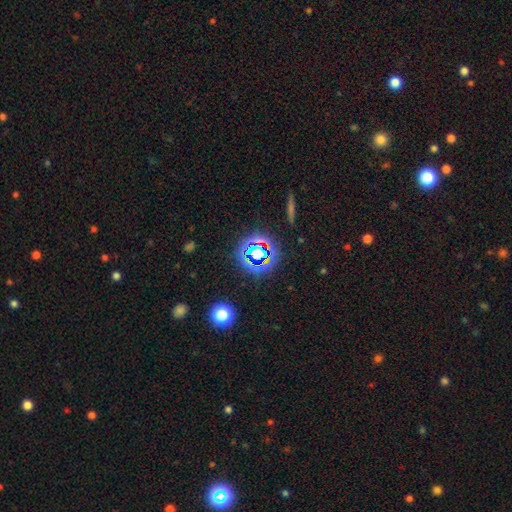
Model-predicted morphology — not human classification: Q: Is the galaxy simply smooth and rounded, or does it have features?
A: star or artifact — 70%.